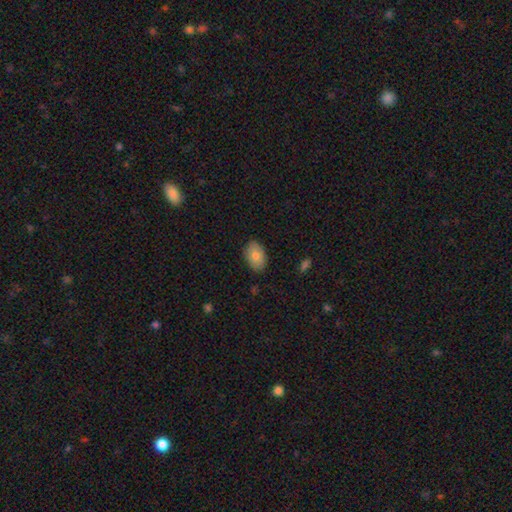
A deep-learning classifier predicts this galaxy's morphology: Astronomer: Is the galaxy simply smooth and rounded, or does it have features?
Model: smooth — 79%.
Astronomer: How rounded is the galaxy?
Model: in between — 89%.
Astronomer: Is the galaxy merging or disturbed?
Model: none — 84%.